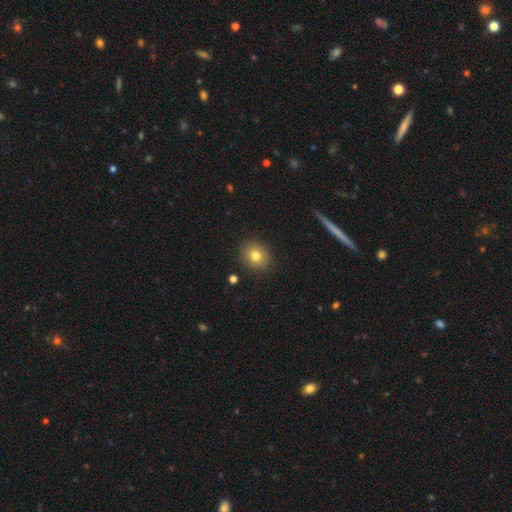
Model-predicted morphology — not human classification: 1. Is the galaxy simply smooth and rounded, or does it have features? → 79% smooth, 11% star or artifact, 10% featured or disk.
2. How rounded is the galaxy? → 77% round, 22% in between, 1% cigar-shaped.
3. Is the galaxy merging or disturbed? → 89% none, 7% minor disturbance, 2% major disturbance, 1% merger.